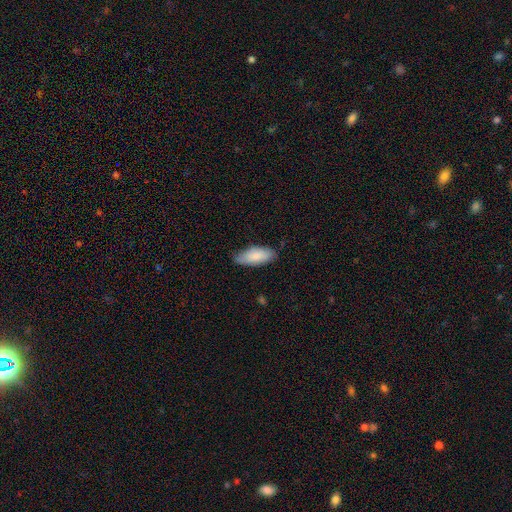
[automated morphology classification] Smooth or featured? Predicted: smooth (p=0.84). How rounded? Predicted: in between (p=0.81). Merging? Predicted: none (p=0.74).